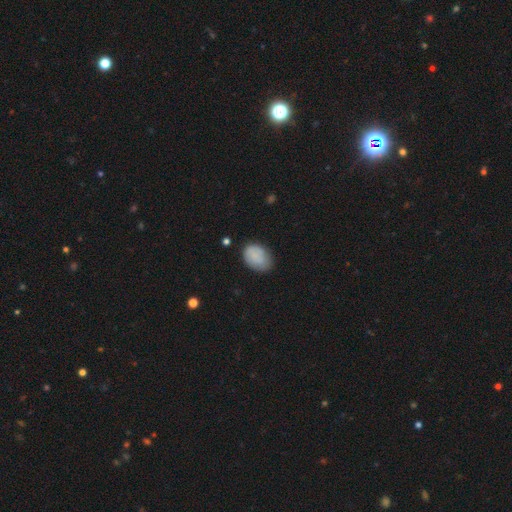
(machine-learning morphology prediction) A smooth galaxy with no disk features (81%) that is in between round and cigar-shaped (77%). Merging: none (69%).